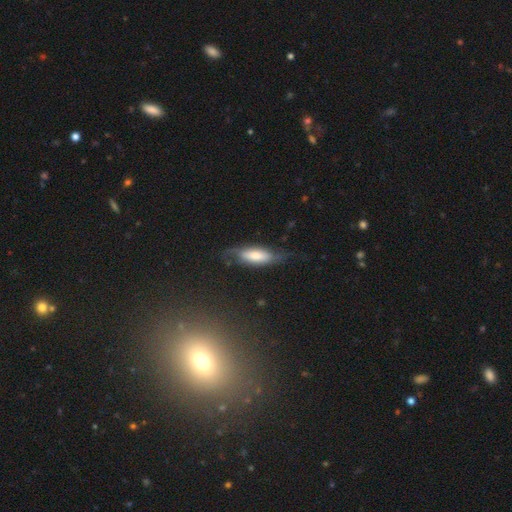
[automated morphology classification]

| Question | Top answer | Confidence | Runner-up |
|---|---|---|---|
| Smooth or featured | smooth | 50% | featured or disk (42%) |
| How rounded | in between | 67% | cigar-shaped (30%) |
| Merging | none | 57% | minor disturbance (26%) |